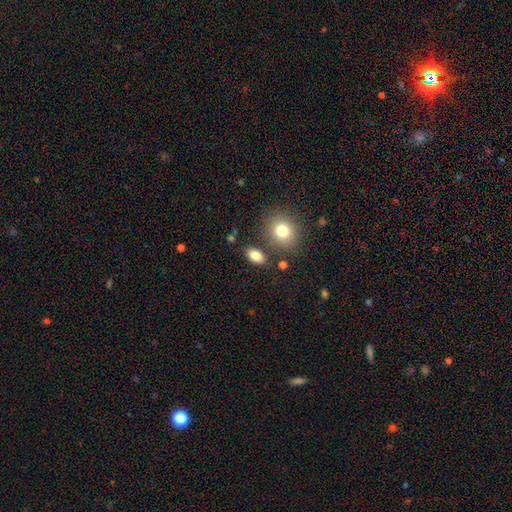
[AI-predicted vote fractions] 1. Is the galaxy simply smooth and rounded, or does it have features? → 83% smooth, 9% star or artifact, 8% featured or disk.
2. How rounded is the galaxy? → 86% in between, 12% round, 2% cigar-shaped.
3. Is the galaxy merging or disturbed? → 81% none, 10% minor disturbance, 6% merger, 3% major disturbance.